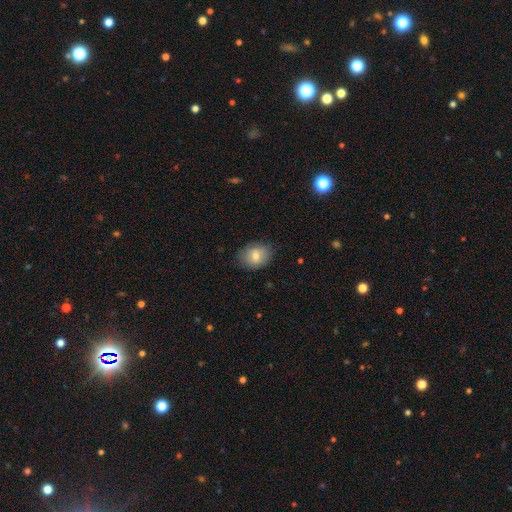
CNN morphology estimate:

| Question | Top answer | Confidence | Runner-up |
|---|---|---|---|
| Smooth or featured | smooth | 76% | featured or disk (16%) |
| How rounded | in between | 56% | round (43%) |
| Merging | none | 81% | minor disturbance (14%) |